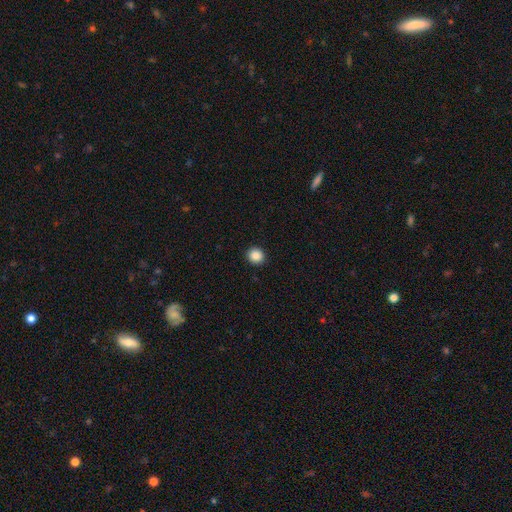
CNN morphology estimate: smooth_or_featured: smooth (p=0.88) [alt: star or artifact p=0.10]
how_rounded: round (p=0.89) [alt: in between p=0.11]
merging: none (p=0.92) [alt: minor disturbance p=0.05]